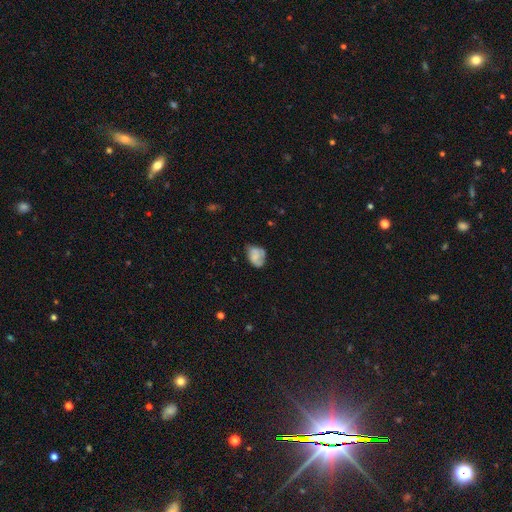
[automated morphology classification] This appears to be a smooth galaxy with no disk features (65%) that is in between round and cigar-shaped (67%). Merging: none (45%).